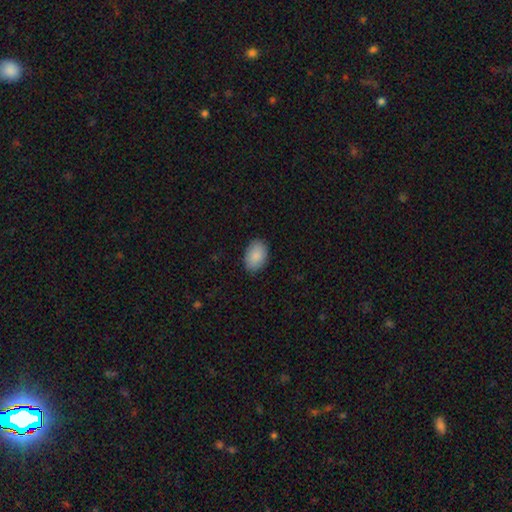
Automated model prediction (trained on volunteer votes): Q: Smooth or featured?
A: smooth (89%); runner-up: star or artifact (6%)
Q: How rounded?
A: in between (87%); runner-up: round (12%)
Q: Merging?
A: none (87%); runner-up: minor disturbance (10%)